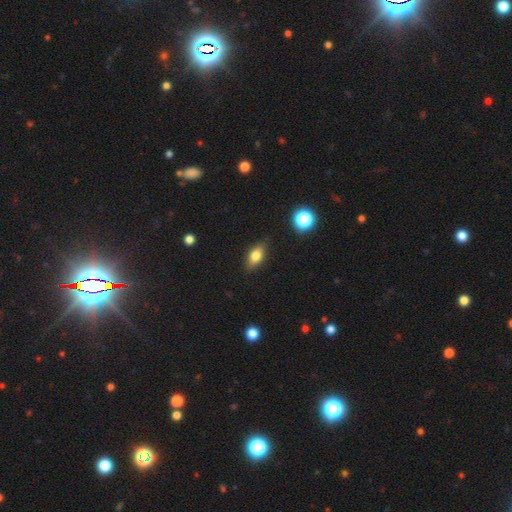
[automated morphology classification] Smooth or featured: smooth — 73% (featured or disk — 17%)
How rounded: in between — 79% (cigar-shaped — 12%)
Merging: none — 84% (minor disturbance — 12%)